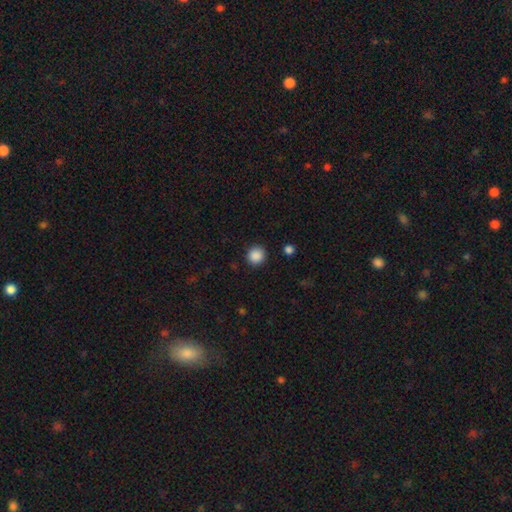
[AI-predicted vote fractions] Q: Smooth or featured?
A: smooth (88%); runner-up: star or artifact (9%)
Q: How rounded?
A: round (93%); runner-up: in between (6%)
Q: Merging?
A: none (90%); runner-up: minor disturbance (6%)